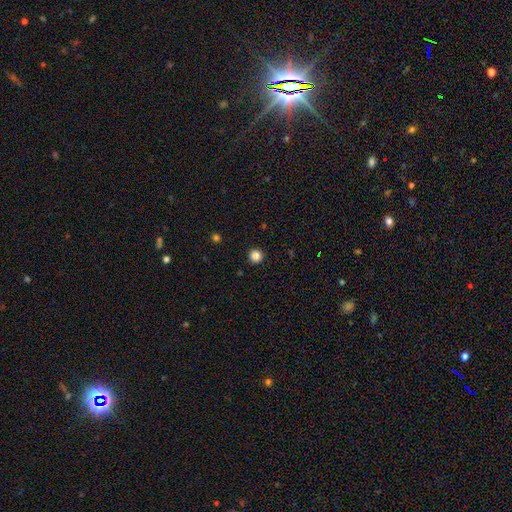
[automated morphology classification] This appears to be a smooth galaxy with no disk features (85%) that is round (96%). Merging: none (93%).